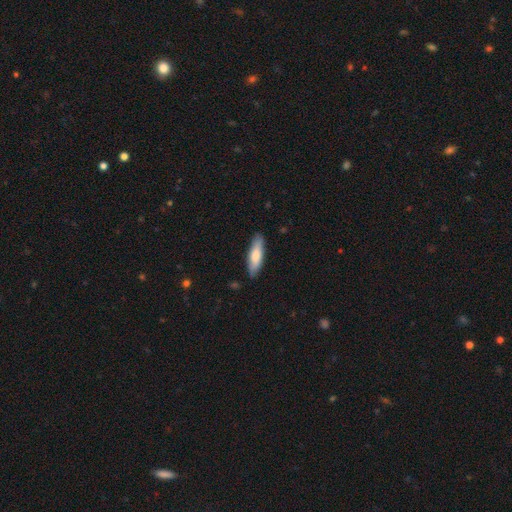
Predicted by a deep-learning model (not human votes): The model was most divided on "how rounded": cigar-shaped: 58%, in between: 40%, round: 2%. More confident: merging — none (85%); smooth or featured — smooth (74%).